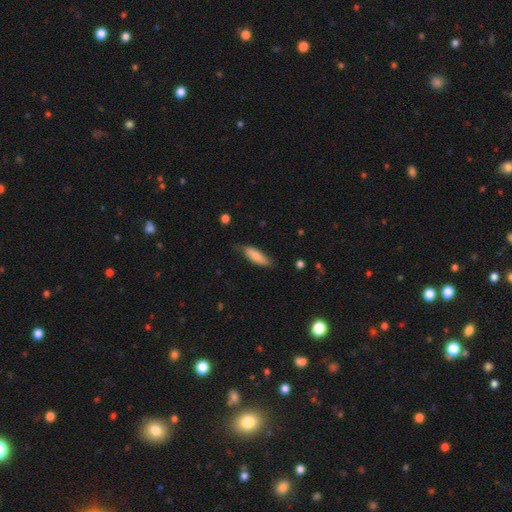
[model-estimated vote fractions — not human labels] smooth-or-featured: smooth: 82% | featured or disk: 12% | star or artifact: 6%
  how-rounded: in between: 51% | cigar-shaped: 47% | round: 2%
  merging: none: 70% | minor disturbance: 24% | major disturbance: 4% | merger: 1%